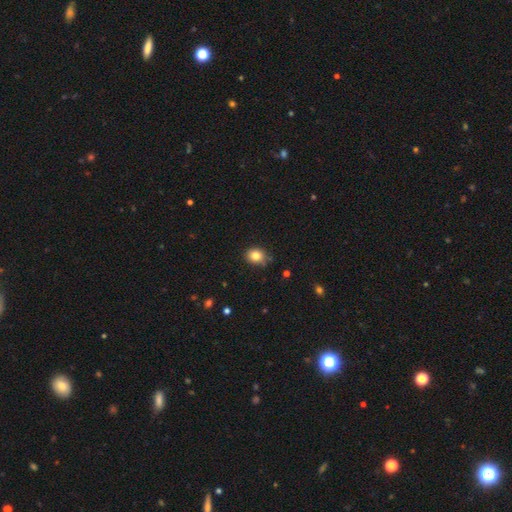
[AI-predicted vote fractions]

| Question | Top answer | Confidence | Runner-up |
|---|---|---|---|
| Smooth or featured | smooth | 82% | star or artifact (11%) |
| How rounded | round | 64% | in between (35%) |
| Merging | none | 74% | minor disturbance (20%) |